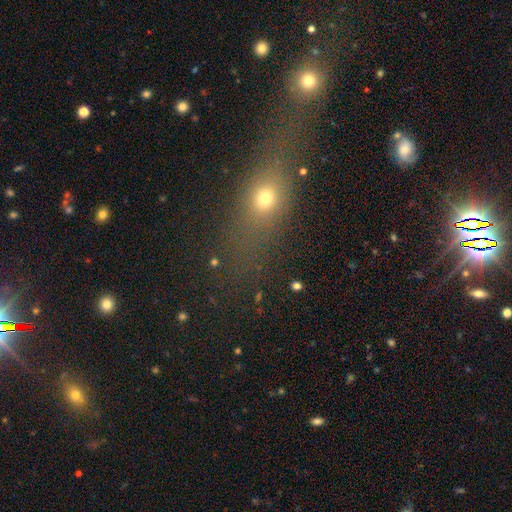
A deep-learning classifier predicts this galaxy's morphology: This is marginally a smooth galaxy (43%). Merging: possibly none (58%).